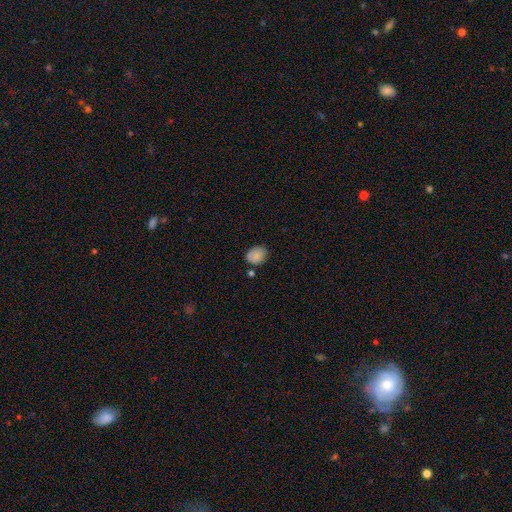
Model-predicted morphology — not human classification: This appears to be a smooth galaxy with no disk features (85%) that is in between round and cigar-shaped (59%). Merging: none (71%).